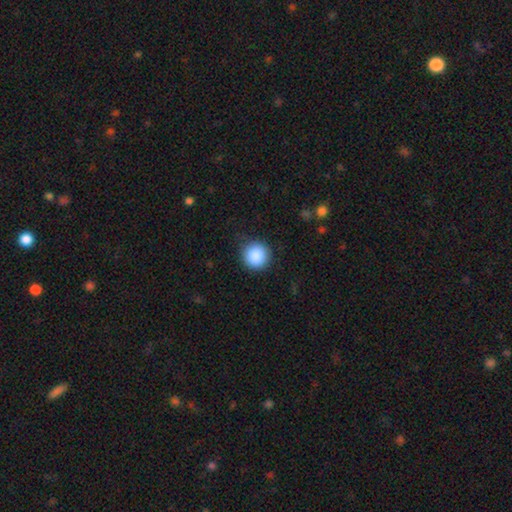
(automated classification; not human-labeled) smooth 88%, star or artifact 8%, featured or disk 4%. Down the decision tree: how rounded — round (95%); merging — none (85%).